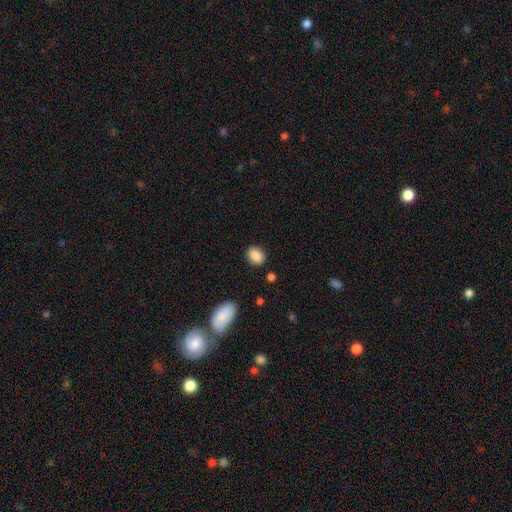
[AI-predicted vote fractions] A smooth galaxy with no disk features (87%) that is in between round and cigar-shaped (65%). Merging: none (85%).